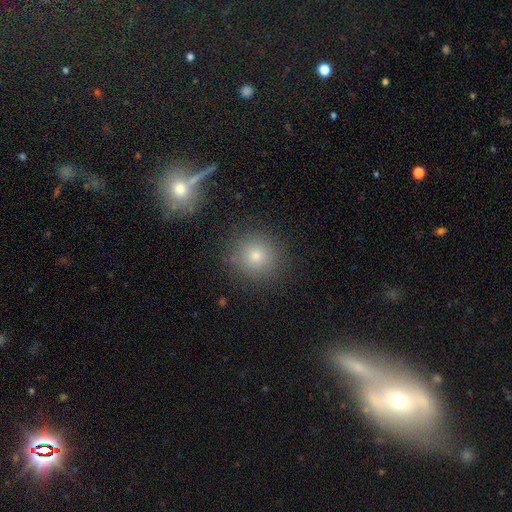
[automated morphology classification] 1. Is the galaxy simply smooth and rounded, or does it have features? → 74% smooth, 16% star or artifact, 10% featured or disk.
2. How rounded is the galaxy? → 91% round, 8% in between, 1% cigar-shaped.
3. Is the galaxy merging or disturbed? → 86% none, 7% minor disturbance, 4% merger, 3% major disturbance.